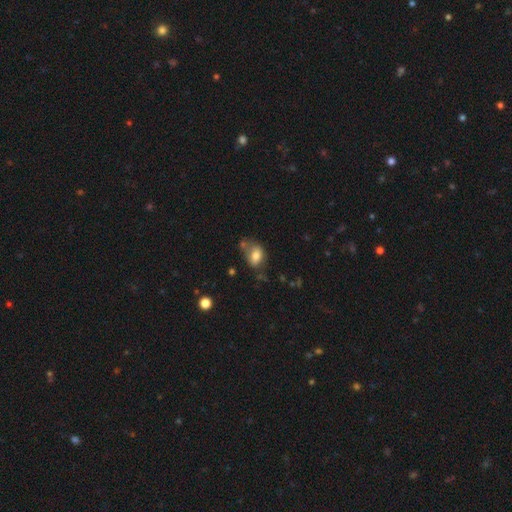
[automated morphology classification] type=smooth (75%); roundness=in between (75%); merging=none (45%).